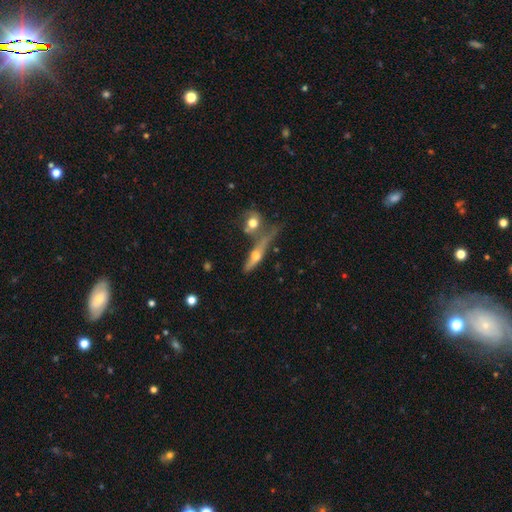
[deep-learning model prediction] A featured or disk galaxy (57%) viewed edge-on (84%).

Vote fractions:
- Smooth or featured? featured or disk: 57% / smooth: 36% / star or artifact: 8%
- Edge-on disk? yes: 84% / no: 16%
- Merging? none: 44% / merger: 31% / minor disturbance: 16% / major disturbance: 9%